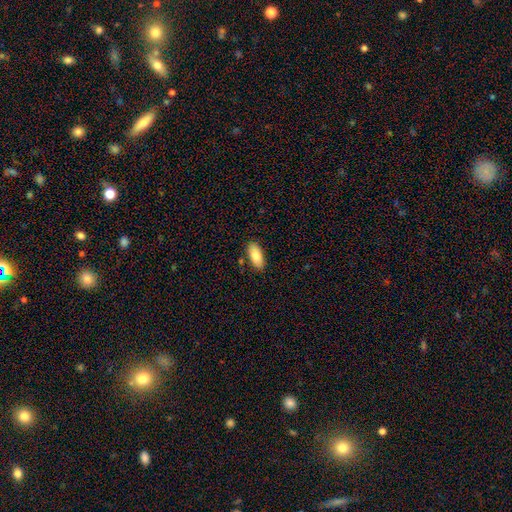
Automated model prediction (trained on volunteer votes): smooth_or_featured: smooth (p=0.84) [alt: featured or disk p=0.10]
how_rounded: in between (p=0.88) [alt: cigar-shaped p=0.10]
merging: none (p=0.84) [alt: minor disturbance p=0.11]